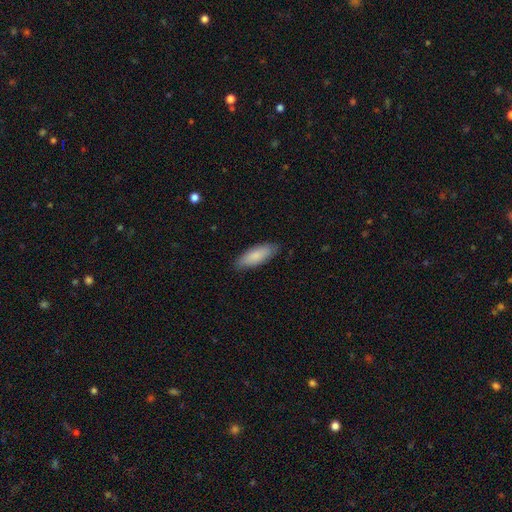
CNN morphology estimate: A smooth galaxy with no disk features (85%) that is in between round and cigar-shaped (68%).

Vote fractions:
- Smooth or featured? smooth: 85% / featured or disk: 10% / star or artifact: 5%
- How rounded? in between: 68% / cigar-shaped: 30% / round: 2%
- Merging? none: 84% / minor disturbance: 13% / major disturbance: 2% / merger: 1%